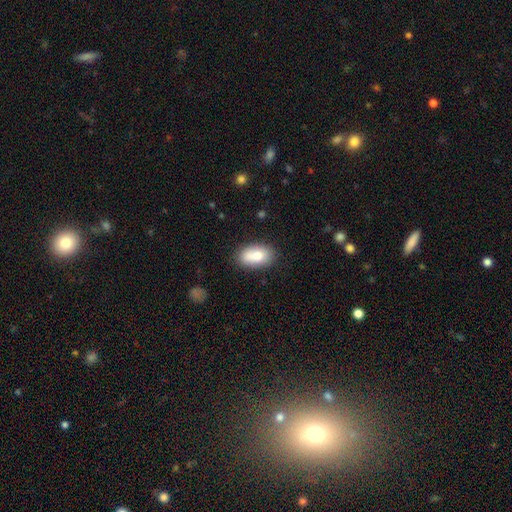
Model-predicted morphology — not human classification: smooth-or-featured: smooth: 78% | featured or disk: 15% | star or artifact: 7%
  how-rounded: in between: 91% | round: 6% | cigar-shaped: 2%
  merging: none: 74% | minor disturbance: 16% | merger: 6% | major disturbance: 4%